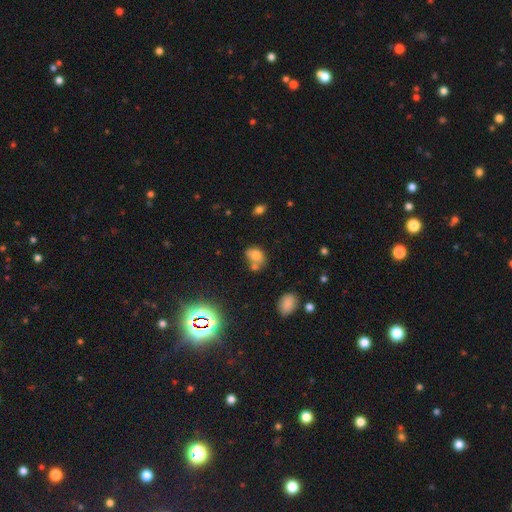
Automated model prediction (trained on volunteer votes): Smooth or featured?
  - smooth: 73% *
  - star or artifact: 15%
  - featured or disk: 12%
How rounded?
  - in between: 69% *
  - round: 30%
  - cigar-shaped: 2%
Merging?
  - none: 44% *
  - merger: 30%
  - minor disturbance: 18%
  - major disturbance: 7%